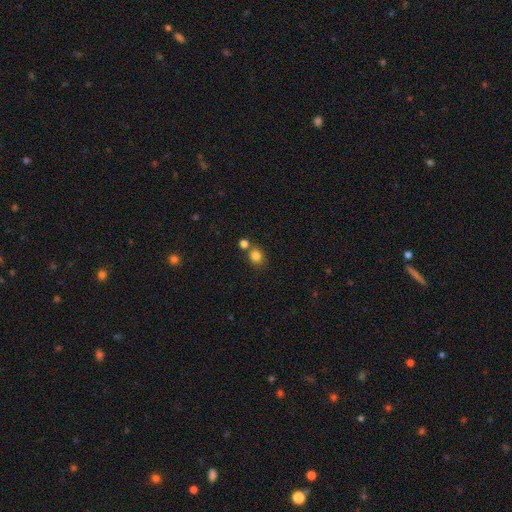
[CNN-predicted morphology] Q: Smooth or featured?
A: smooth (82%); runner-up: star or artifact (12%)
Q: How rounded?
A: round (74%); runner-up: in between (25%)
Q: Merging?
A: none (66%); runner-up: merger (21%)